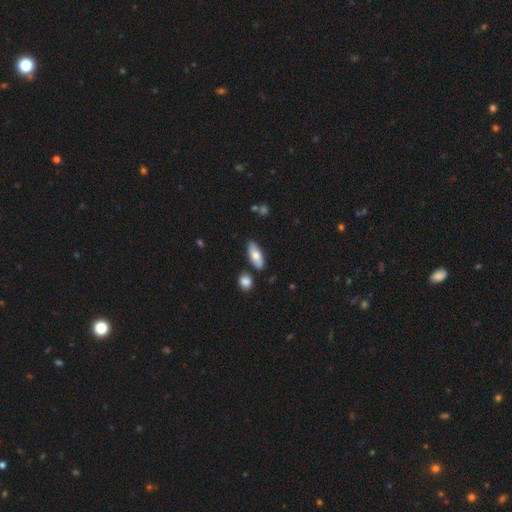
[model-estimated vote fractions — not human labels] This is likely a smooth galaxy (71%). How rounded: likely in between (79%). Merging: likely none (80%).